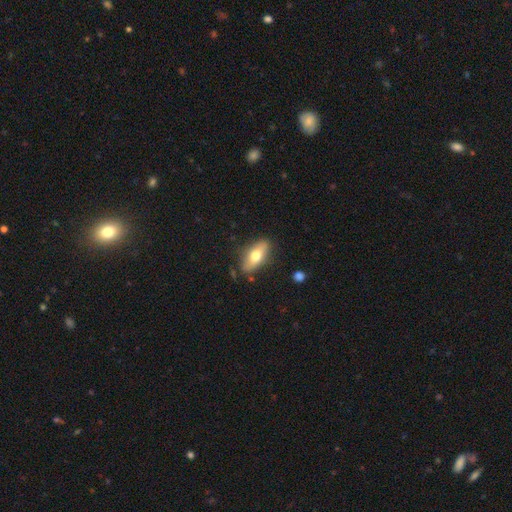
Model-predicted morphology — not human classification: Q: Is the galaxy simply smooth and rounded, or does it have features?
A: smooth — 66%.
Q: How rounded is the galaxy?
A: in between — 82%.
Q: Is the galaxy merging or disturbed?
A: none — 81%.